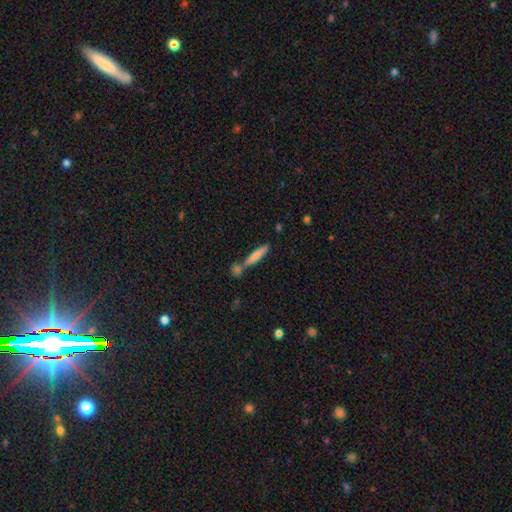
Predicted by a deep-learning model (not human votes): Q: Smooth or featured?
A: smooth (73%); runner-up: featured or disk (21%)
Q: How rounded?
A: cigar-shaped (89%); runner-up: in between (10%)
Q: Merging?
A: none (63%); runner-up: merger (23%)